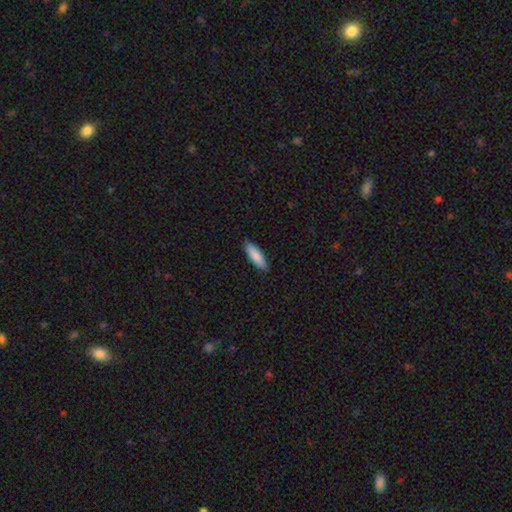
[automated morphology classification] type=smooth (86%); roundness=cigar-shaped (60%); merging=none (89%).